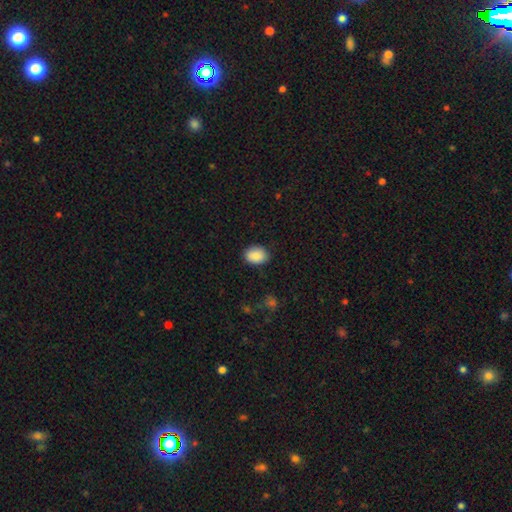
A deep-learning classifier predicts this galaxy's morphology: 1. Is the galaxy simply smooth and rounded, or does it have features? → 89% smooth, 7% star or artifact, 4% featured or disk.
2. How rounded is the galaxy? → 74% in between, 25% round, 1% cigar-shaped.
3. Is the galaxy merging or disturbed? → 83% none, 13% minor disturbance, 3% major disturbance, 1% merger.